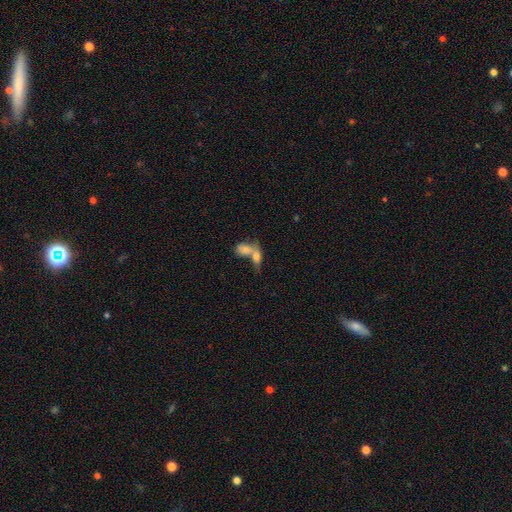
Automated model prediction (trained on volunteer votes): smooth_or_featured: smooth (p=0.69) [alt: featured or disk p=0.22]
how_rounded: in between (p=0.77) [alt: round p=0.13]
merging: merger (p=0.70) [alt: none p=0.17]